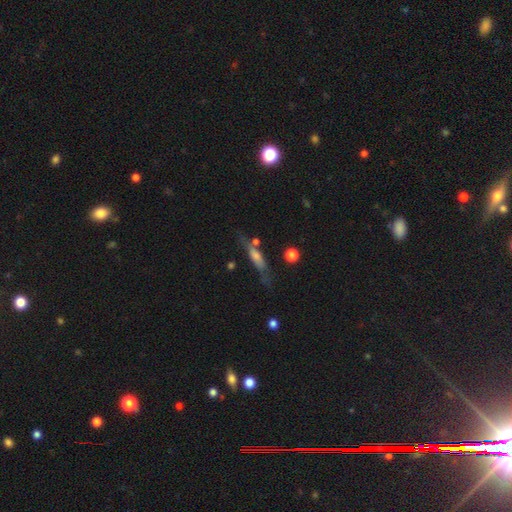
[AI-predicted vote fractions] Morphology: type=featured or disk (48%); merging=none (61%).